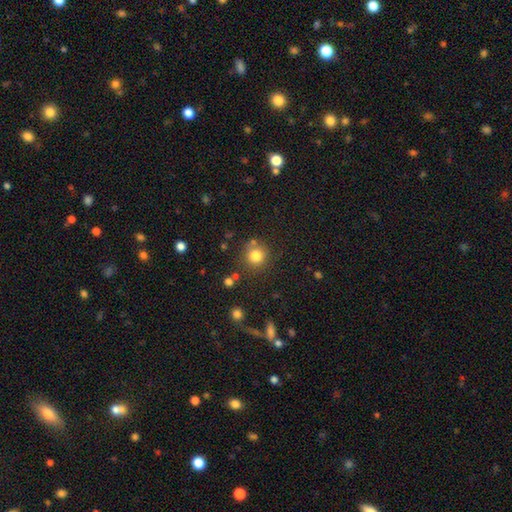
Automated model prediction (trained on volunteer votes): Morphology: type=smooth (81%); roundness=round (92%); merging=none (77%).